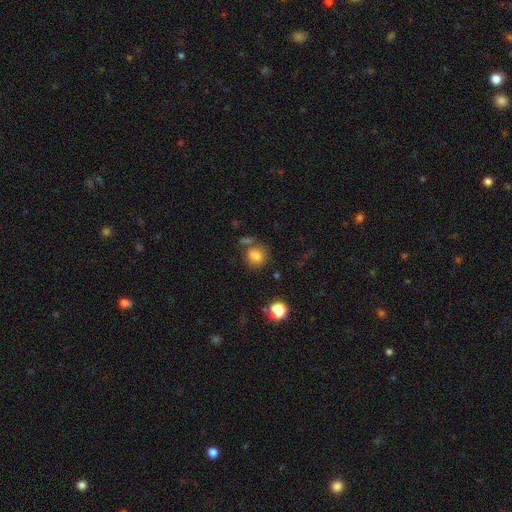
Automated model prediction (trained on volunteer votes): Q: Smooth or featured?
A: smooth (80%); runner-up: star or artifact (12%)
Q: How rounded?
A: round (78%); runner-up: in between (21%)
Q: Merging?
A: none (65%); runner-up: minor disturbance (15%)